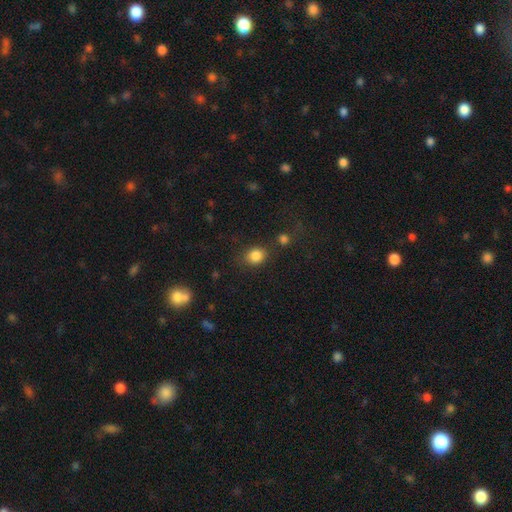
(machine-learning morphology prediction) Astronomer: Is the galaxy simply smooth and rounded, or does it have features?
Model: smooth — 84%.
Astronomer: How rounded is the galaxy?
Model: round — 62% (runner-up: in between, 37%).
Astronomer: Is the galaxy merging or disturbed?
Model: none — 74%.